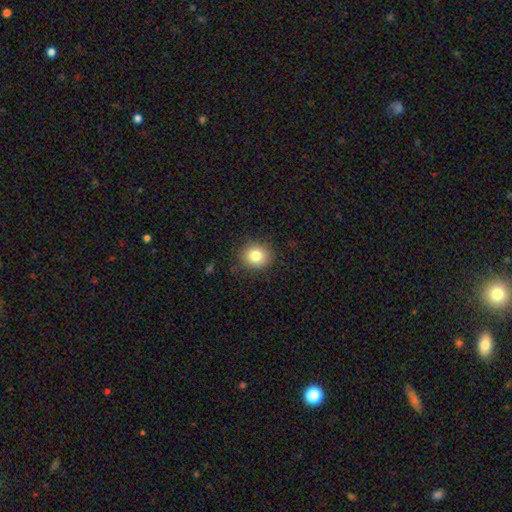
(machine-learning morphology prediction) smooth_or_featured: smooth (p=0.82) [alt: star or artifact p=0.11]
how_rounded: round (p=0.81) [alt: in between p=0.18]
merging: none (p=0.88) [alt: minor disturbance p=0.09]